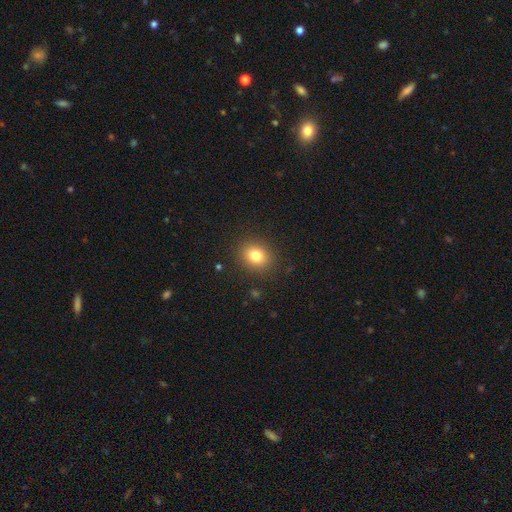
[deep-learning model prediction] This appears to be a smooth galaxy with no disk features (80%) that is round (61%). Merging: none (88%).